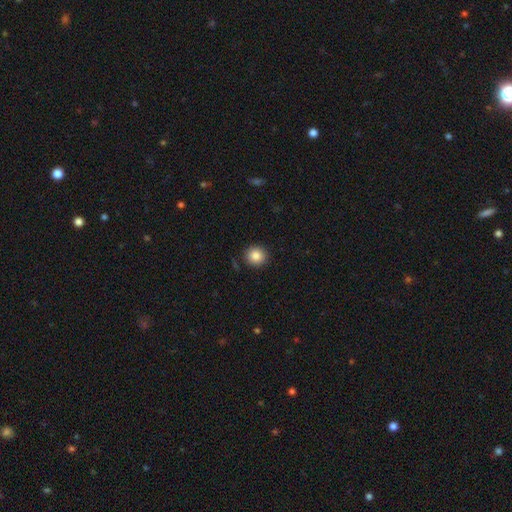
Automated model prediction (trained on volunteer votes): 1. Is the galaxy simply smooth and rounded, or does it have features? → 86% smooth, 9% star or artifact, 5% featured or disk.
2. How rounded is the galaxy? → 91% round, 8% in between, 1% cigar-shaped.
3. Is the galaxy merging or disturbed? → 90% none, 7% minor disturbance, 2% major disturbance, 1% merger.